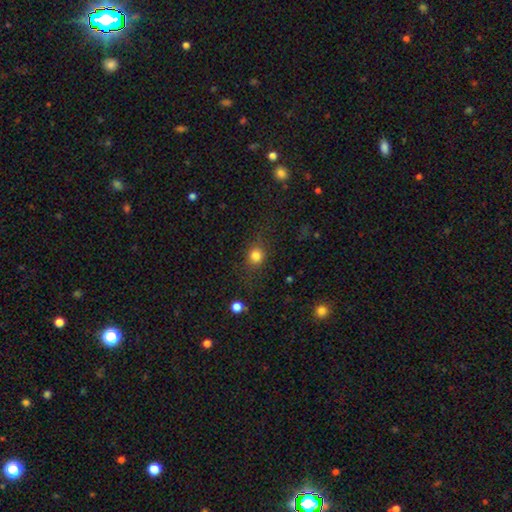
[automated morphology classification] This appears to be a smooth galaxy with no disk features (79%) that is round (77%). Merging: none (73%).